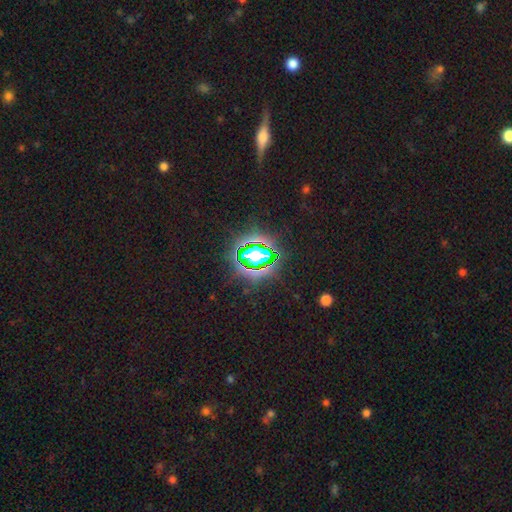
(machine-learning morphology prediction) type=star or artifact (73%).